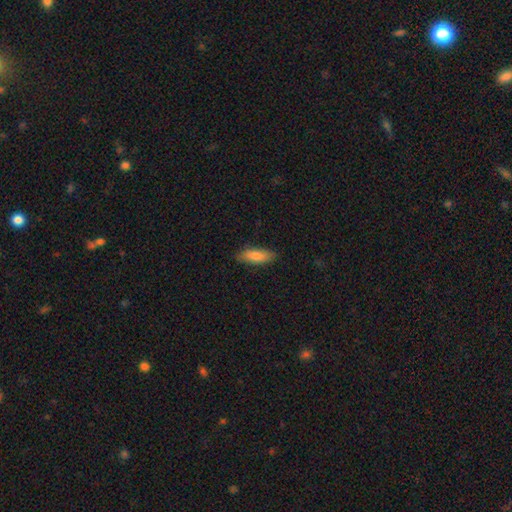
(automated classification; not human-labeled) This is clearly a smooth galaxy (81%). How rounded: likely in between (64%). Merging: clearly none (83%).